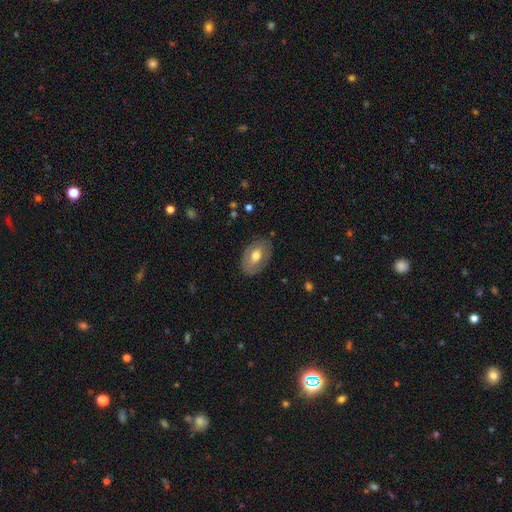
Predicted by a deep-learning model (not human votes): This is possibly a smooth galaxy (53%). How rounded: clearly in between (87%). Merging: clearly none (81%).